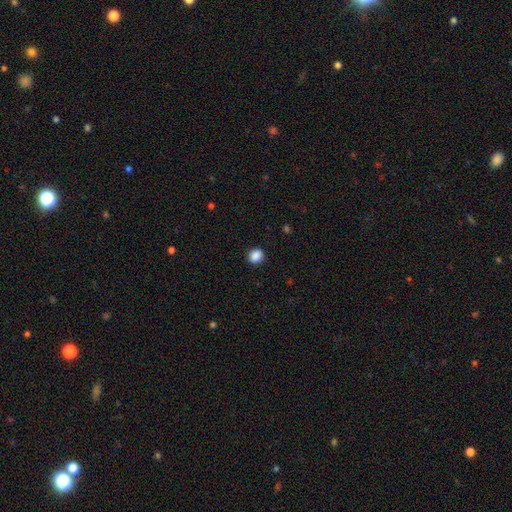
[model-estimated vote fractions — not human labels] Q: Smooth or featured?
A: smooth (88%); runner-up: star or artifact (9%)
Q: How rounded?
A: round (76%); runner-up: in between (23%)
Q: Merging?
A: none (90%); runner-up: minor disturbance (7%)